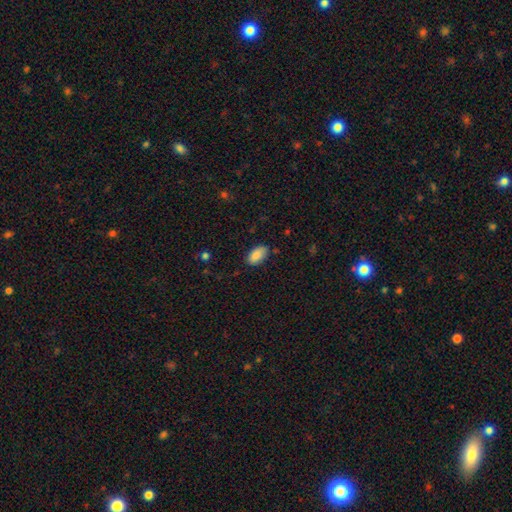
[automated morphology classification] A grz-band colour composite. It shows a smooth galaxy with no disk features (87%) that is in between round and cigar-shaped (94%). Merging: none (81%).